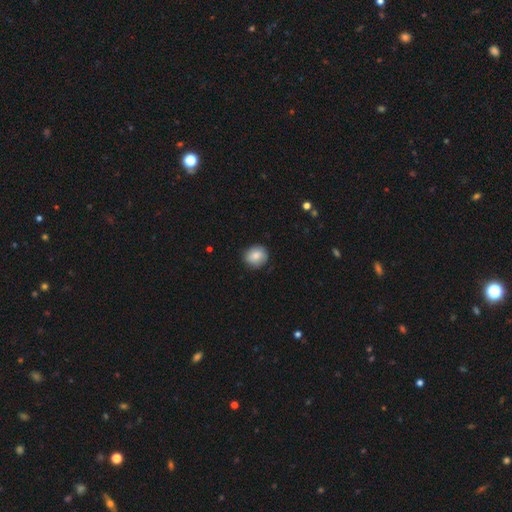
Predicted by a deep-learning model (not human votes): Smooth or featured?
  - smooth: 83% *
  - featured or disk: 9%
  - star or artifact: 8%
How rounded?
  - round: 81% *
  - in between: 18%
  - cigar-shaped: 1%
Merging?
  - none: 84% *
  - minor disturbance: 12%
  - major disturbance: 2%
  - merger: 1%